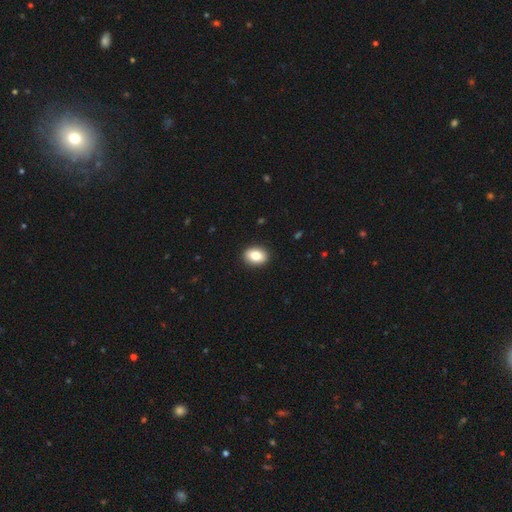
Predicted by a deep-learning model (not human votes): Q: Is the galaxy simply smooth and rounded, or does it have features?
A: smooth — 83%.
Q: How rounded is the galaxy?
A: in between — 71%.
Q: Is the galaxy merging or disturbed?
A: none — 91%.